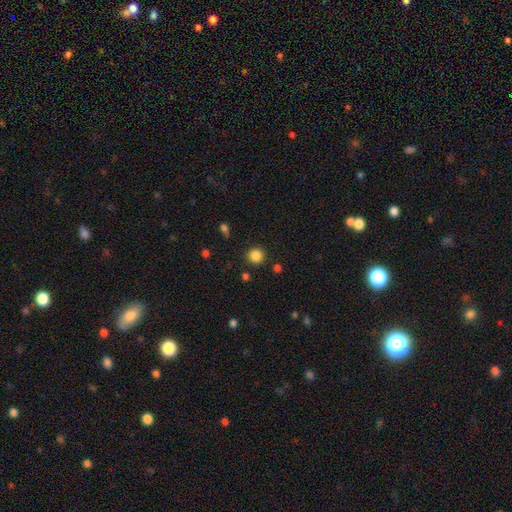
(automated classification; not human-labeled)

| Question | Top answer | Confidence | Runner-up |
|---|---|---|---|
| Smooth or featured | smooth | 85% | star or artifact (12%) |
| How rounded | round | 93% | in between (6%) |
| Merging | none | 90% | minor disturbance (6%) |